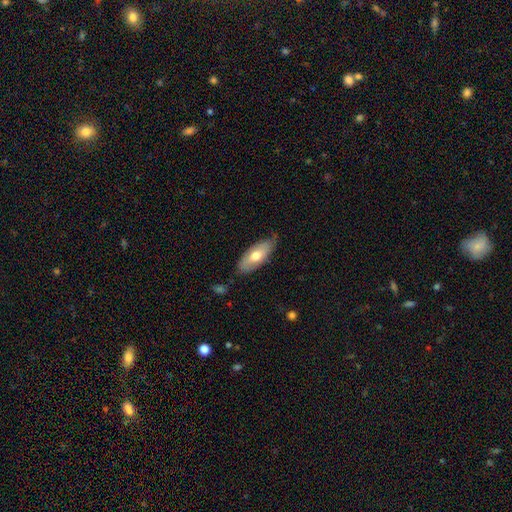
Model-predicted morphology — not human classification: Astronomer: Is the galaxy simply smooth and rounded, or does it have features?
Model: smooth — 66%.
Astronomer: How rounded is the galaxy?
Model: in between — 82%.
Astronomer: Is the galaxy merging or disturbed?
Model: none — 71%.